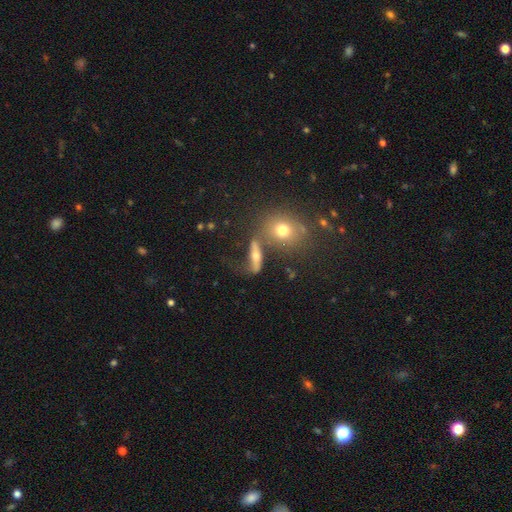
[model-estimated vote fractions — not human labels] Smooth or featured?
  - featured or disk: 45% *
  - smooth: 37%
  - star or artifact: 17%
Merging?
  - none: 44% *
  - merger: 21%
  - major disturbance: 18%
  - minor disturbance: 16%